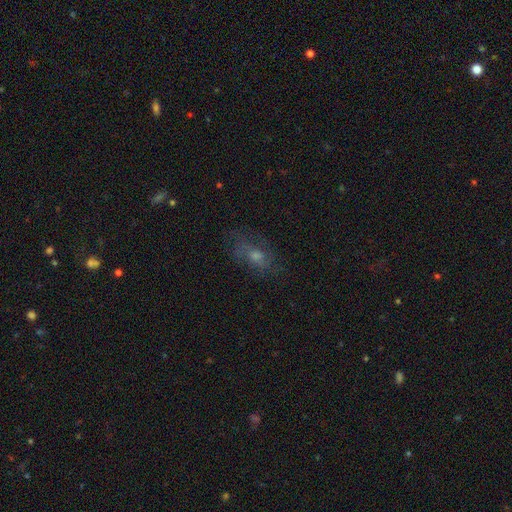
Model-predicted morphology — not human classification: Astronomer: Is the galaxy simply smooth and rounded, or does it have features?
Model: featured or disk — 40% (runner-up: smooth, 39%).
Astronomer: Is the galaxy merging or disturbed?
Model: none — 66%.